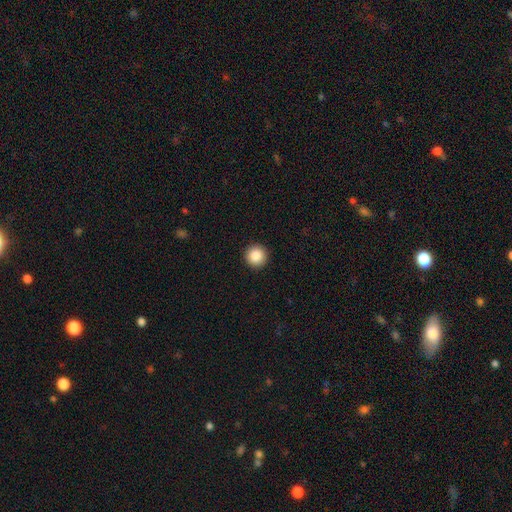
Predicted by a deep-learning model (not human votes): Smooth or featured? Predicted: smooth (p=0.87). How rounded? Predicted: round (p=0.96). Merging? Predicted: none (p=0.93).